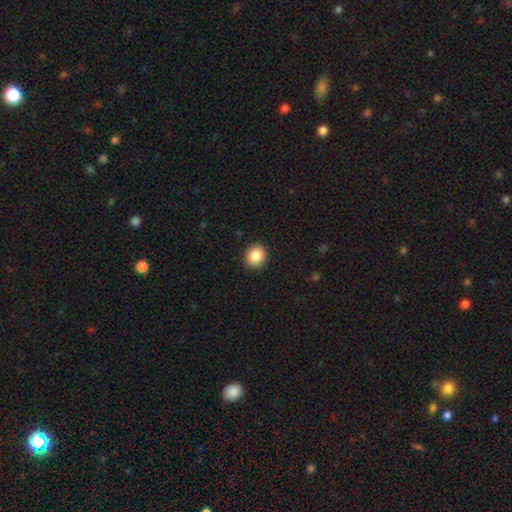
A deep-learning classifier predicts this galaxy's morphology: The model was most divided on "how rounded": round: 86%, in between: 13%, cigar-shaped: 1%. More confident: merging — none (91%); smooth or featured — smooth (86%).